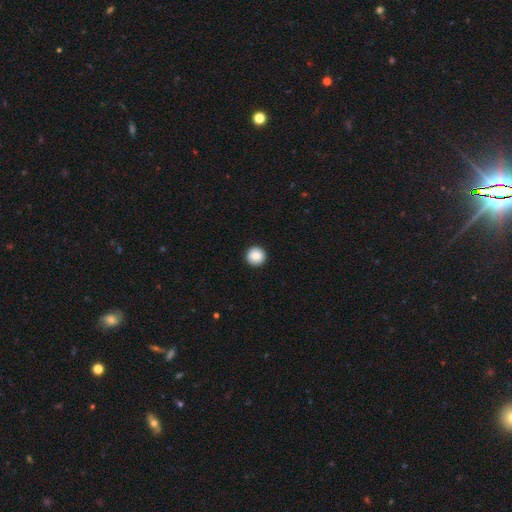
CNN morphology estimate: smooth-or-featured: smooth: 87% | star or artifact: 8% | featured or disk: 5%
  how-rounded: round: 96% | in between: 3% | cigar-shaped: 1%
  merging: none: 94% | minor disturbance: 4% | major disturbance: 1% | merger: 1%